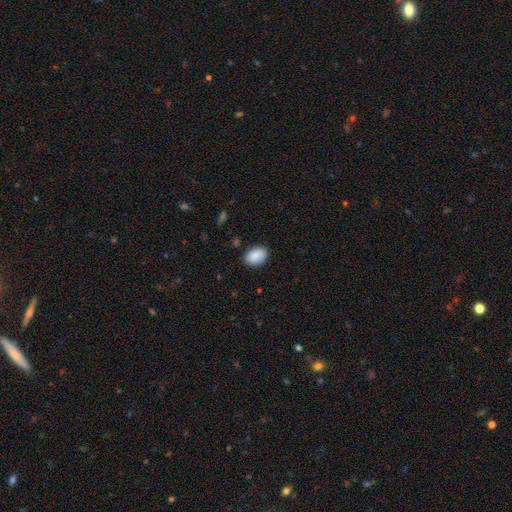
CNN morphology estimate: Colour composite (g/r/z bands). It shows a smooth galaxy with no disk features (89%) that is in between round and cigar-shaped (86%). Merging: none (85%).